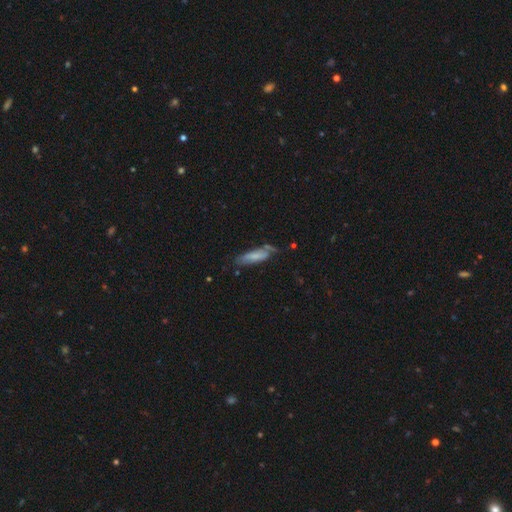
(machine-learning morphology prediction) Smooth or featured: smooth — 62% (featured or disk — 31%)
How rounded: cigar-shaped — 61% (in between — 37%)
Merging: none — 51% (minor disturbance — 29%)